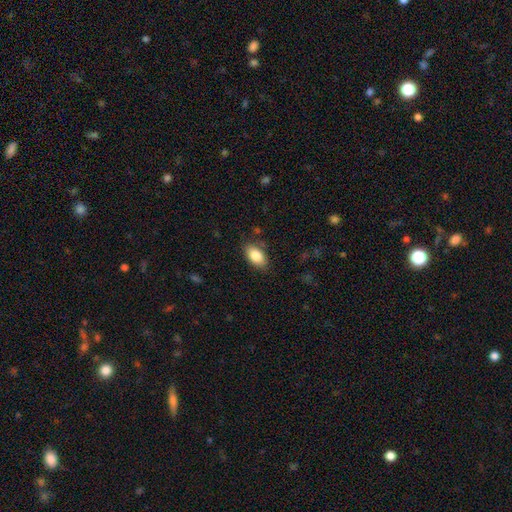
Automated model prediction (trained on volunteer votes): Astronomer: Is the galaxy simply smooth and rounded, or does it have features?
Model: smooth — 85%.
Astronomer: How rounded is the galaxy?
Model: in between — 92%.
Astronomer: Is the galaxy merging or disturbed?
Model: none — 83%.